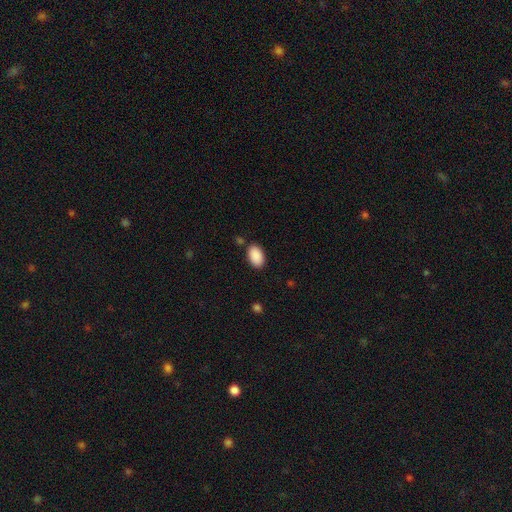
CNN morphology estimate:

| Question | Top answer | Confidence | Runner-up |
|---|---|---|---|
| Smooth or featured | smooth | 90% | star or artifact (6%) |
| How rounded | in between | 94% | round (5%) |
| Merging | none | 83% | minor disturbance (11%) |